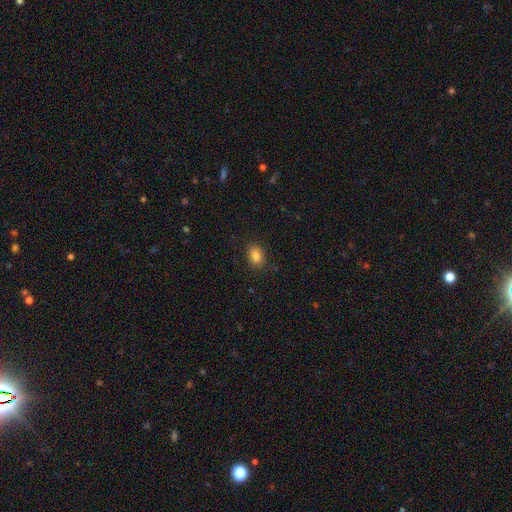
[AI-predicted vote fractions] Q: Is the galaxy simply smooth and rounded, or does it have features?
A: smooth — 85%.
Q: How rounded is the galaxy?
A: in between — 79%.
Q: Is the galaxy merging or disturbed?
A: none — 86%.